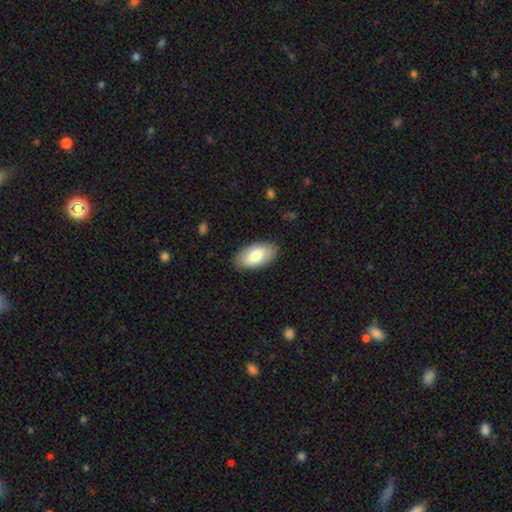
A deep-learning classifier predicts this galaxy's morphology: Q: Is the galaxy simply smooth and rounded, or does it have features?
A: smooth — 78%.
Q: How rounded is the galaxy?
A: in between — 95%.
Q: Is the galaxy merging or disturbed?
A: none — 87%.